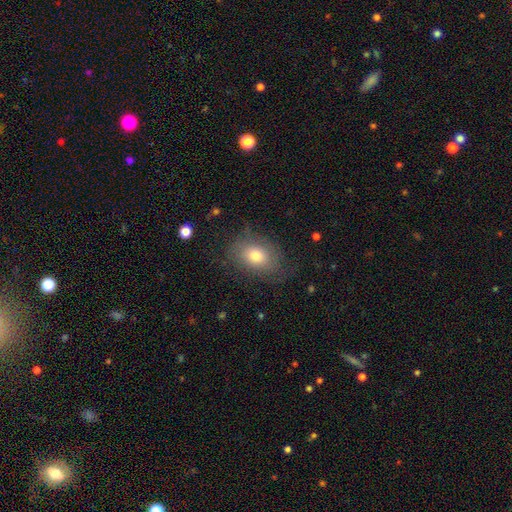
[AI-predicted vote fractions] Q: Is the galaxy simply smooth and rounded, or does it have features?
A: smooth — 68%.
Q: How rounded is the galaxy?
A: in between — 73%.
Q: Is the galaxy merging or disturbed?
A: none — 69%.